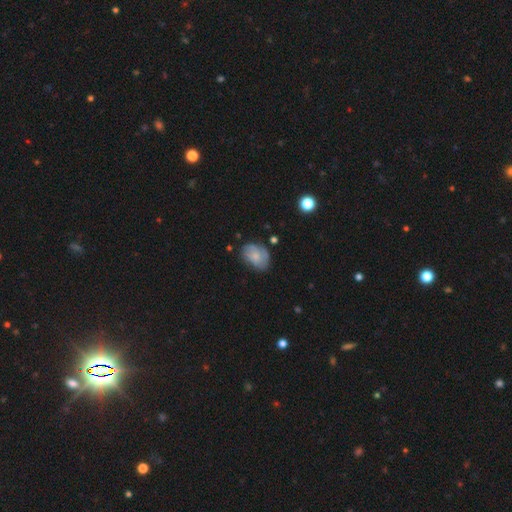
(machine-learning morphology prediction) The model was most divided on "smooth or featured": smooth: 58%, featured or disk: 34%, star or artifact: 8%. More confident: how rounded — in between (78%); merging — none (61%).